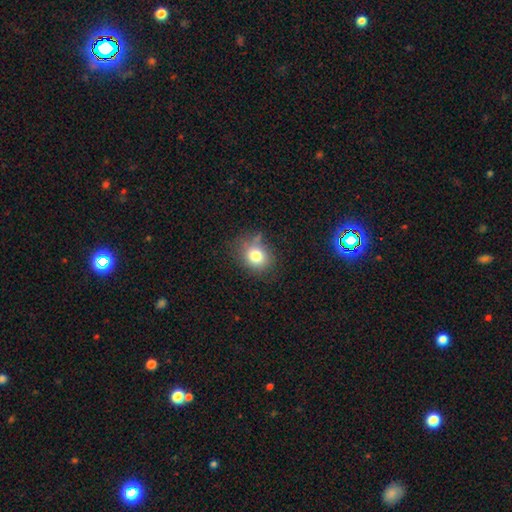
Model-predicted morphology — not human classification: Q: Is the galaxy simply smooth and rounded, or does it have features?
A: smooth — 78%.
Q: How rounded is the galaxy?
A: round — 63%.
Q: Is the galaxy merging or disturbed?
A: none — 68%.